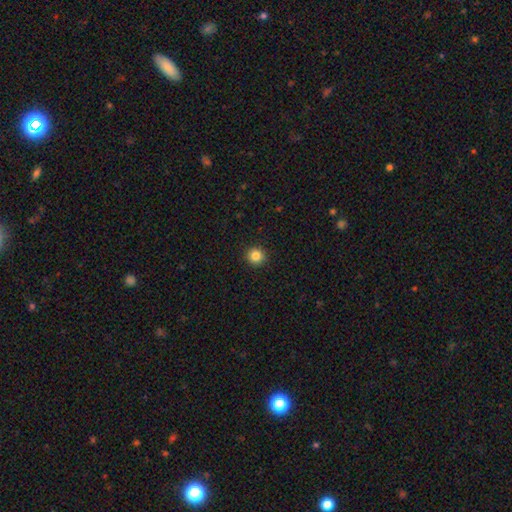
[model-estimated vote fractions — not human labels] smooth-or-featured: smooth: 84% | star or artifact: 11% | featured or disk: 4%
  how-rounded: round: 94% | in between: 5% | cigar-shaped: 1%
  merging: none: 93% | minor disturbance: 5% | major disturbance: 2% | merger: 1%